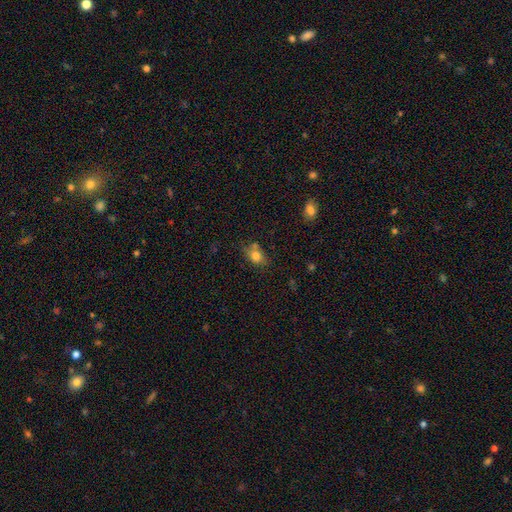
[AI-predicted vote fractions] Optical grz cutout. It shows a smooth galaxy with no disk features (78%) that is in between round and cigar-shaped (62%). Merging: none (61%).